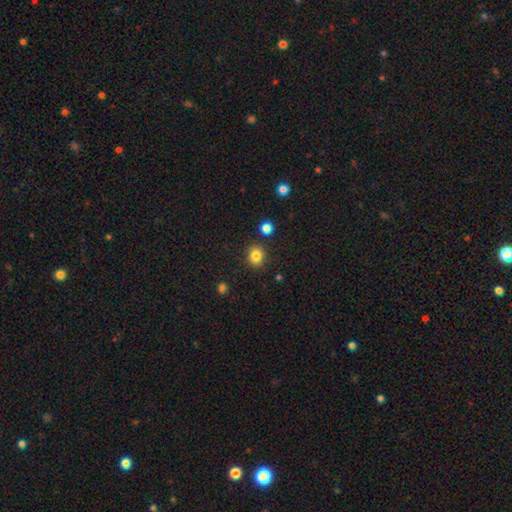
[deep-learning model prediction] The model was most divided on "how rounded": round: 68%, in between: 31%, cigar-shaped: 1%. More confident: merging — none (86%); smooth or featured — smooth (83%).